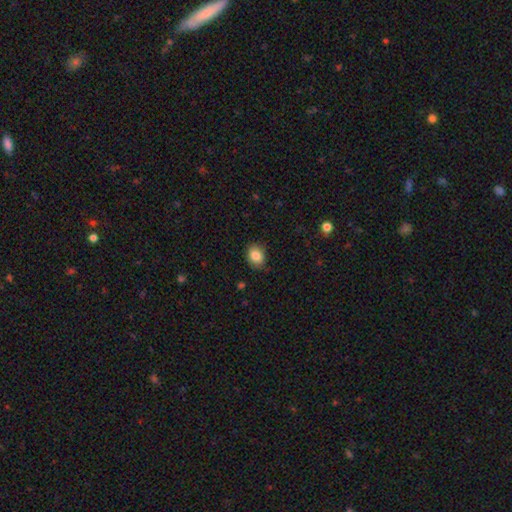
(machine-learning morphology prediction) smooth-or-featured: smooth: 85% | star or artifact: 9% | featured or disk: 7%
  how-rounded: in between: 53% | round: 46% | cigar-shaped: 1%
  merging: none: 82% | minor disturbance: 14% | major disturbance: 2% | merger: 1%